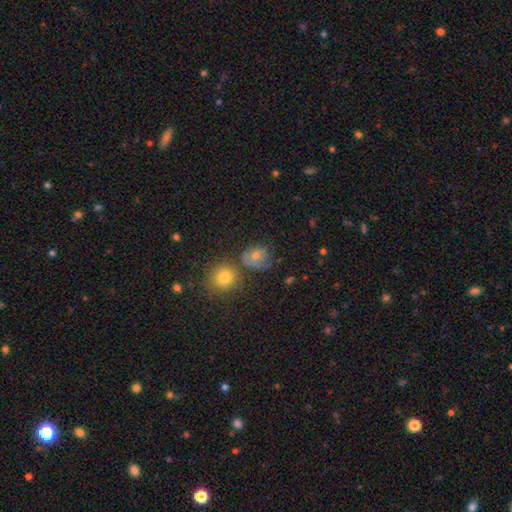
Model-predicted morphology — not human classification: type=smooth (69%); roundness=round (67%); merging=none (54%).